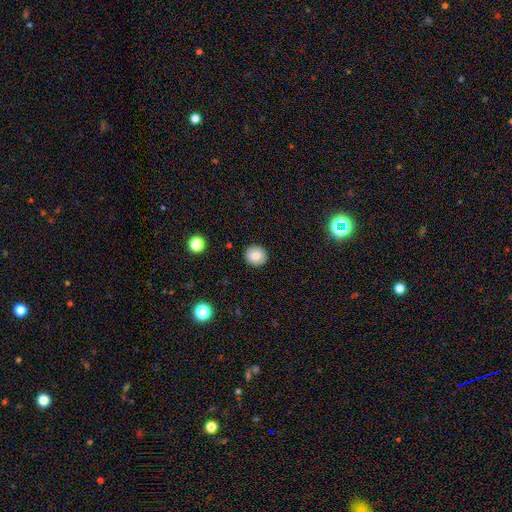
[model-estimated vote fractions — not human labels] smooth-or-featured: smooth: 77% | featured or disk: 13% | star or artifact: 9%
  how-rounded: round: 87% | in between: 12% | cigar-shaped: 1%
  merging: none: 91% | minor disturbance: 6% | major disturbance: 2% | merger: 1%